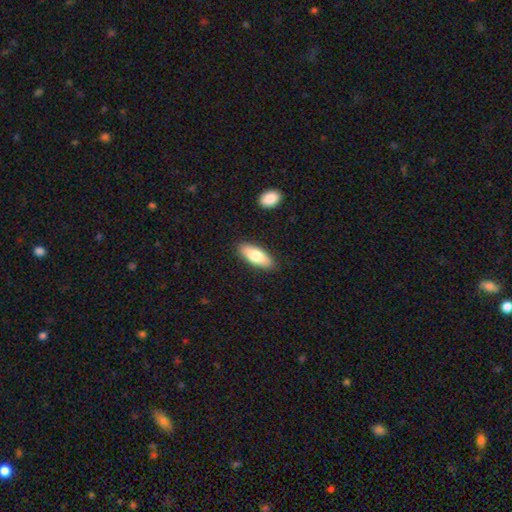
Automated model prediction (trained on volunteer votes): Smooth or featured? Predicted: smooth (p=0.76). How rounded? Predicted: in between (p=0.72). Merging? Predicted: none (p=0.87).